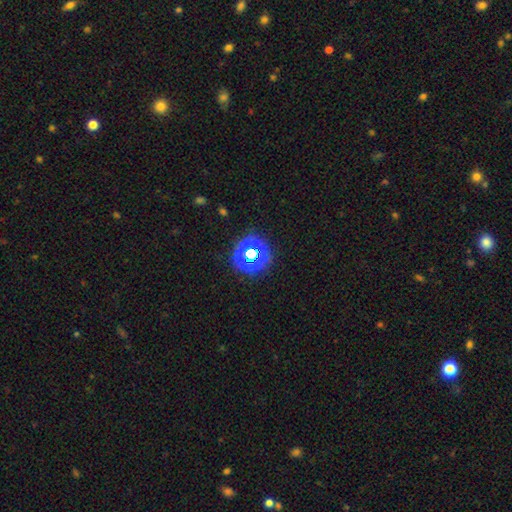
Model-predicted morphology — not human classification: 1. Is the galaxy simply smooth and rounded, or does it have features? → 64% star or artifact, 25% smooth, 11% featured or disk.